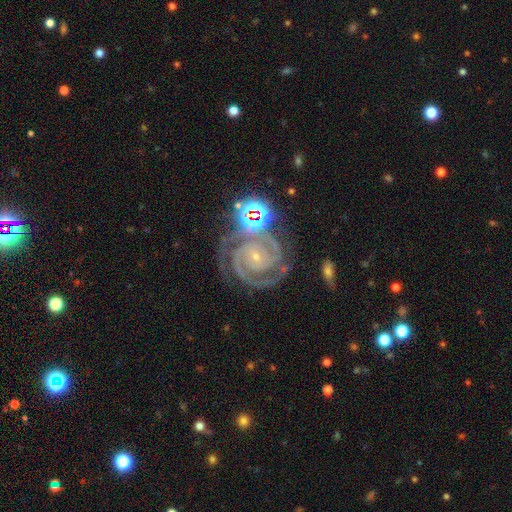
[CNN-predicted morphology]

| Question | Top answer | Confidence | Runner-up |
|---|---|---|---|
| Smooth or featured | featured or disk | 90% | star or artifact (7%) |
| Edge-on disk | no | 98% | yes (2%) |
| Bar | no | 61% | weak (26%) |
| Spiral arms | yes | 99% | no (1%) |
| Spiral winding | tight | 76% | medium (22%) |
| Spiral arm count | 2 | 65% | 3 (17%) |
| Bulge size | small | 82% | moderate (13%) |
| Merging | none | 67% | minor disturbance (18%) |